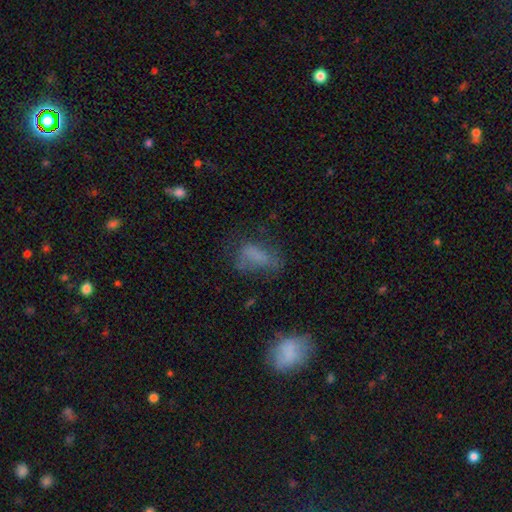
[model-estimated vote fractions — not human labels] Smooth or featured? Predicted: smooth (p=0.65). How rounded? Predicted: in between (p=0.79). Merging? Predicted: none (p=0.41).